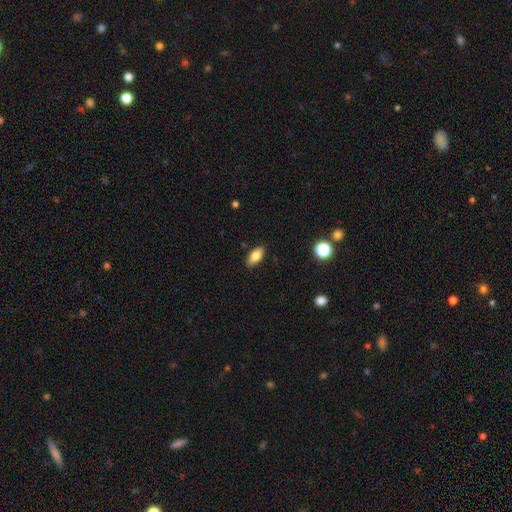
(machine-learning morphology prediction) smooth-or-featured: smooth: 82% | featured or disk: 10% | star or artifact: 8%
  how-rounded: in between: 89% | cigar-shaped: 8% | round: 3%
  merging: none: 87% | minor disturbance: 10% | major disturbance: 2% | merger: 1%